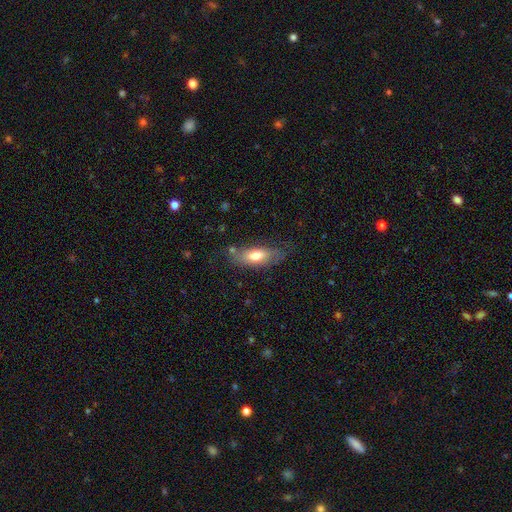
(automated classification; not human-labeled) The model was most divided on "merging": none: 65%, minor disturbance: 23%, major disturbance: 8%, merger: 4%. More confident: how rounded — in between (74%); smooth or featured — smooth (68%).